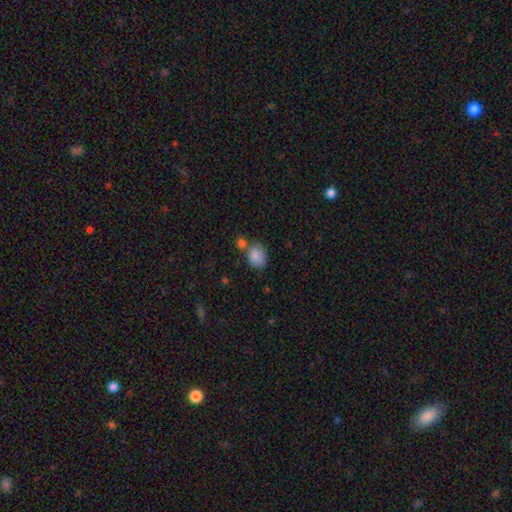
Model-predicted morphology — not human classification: Overall: smooth (85%). How rounded: in between (62%; round 37%). Merging: none (47%; merger 28%).